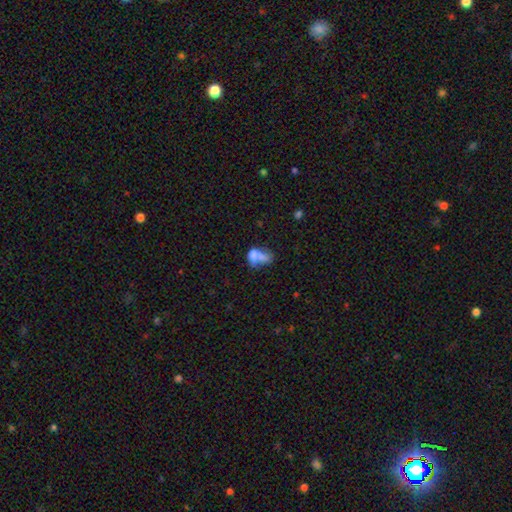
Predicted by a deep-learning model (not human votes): Smooth or featured?
  - smooth: 60% *
  - featured or disk: 28%
  - star or artifact: 12%
How rounded?
  - in between: 79% *
  - round: 17%
  - cigar-shaped: 4%
Merging?
  - merger: 48% *
  - major disturbance: 20%
  - none: 19%
  - minor disturbance: 13%